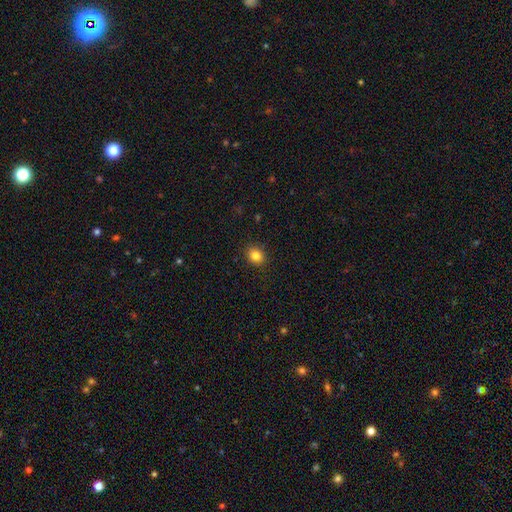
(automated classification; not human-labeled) This appears to be a smooth galaxy with no disk features (84%) that is round (65%). Merging: none (89%).